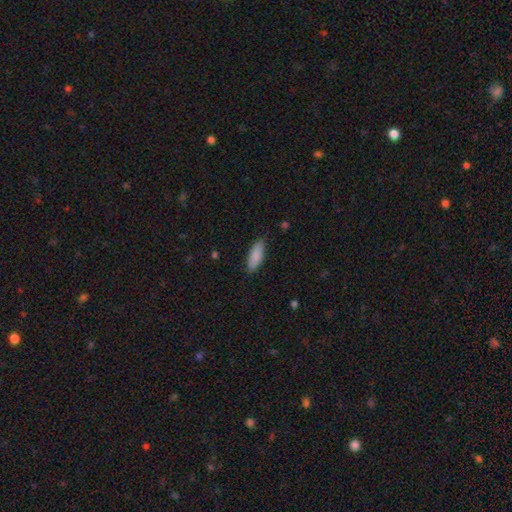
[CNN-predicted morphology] smooth_or_featured: smooth (p=0.88) [alt: featured or disk p=0.06]
how_rounded: in between (p=0.66) [alt: cigar-shaped p=0.32]
merging: none (p=0.85) [alt: minor disturbance p=0.12]